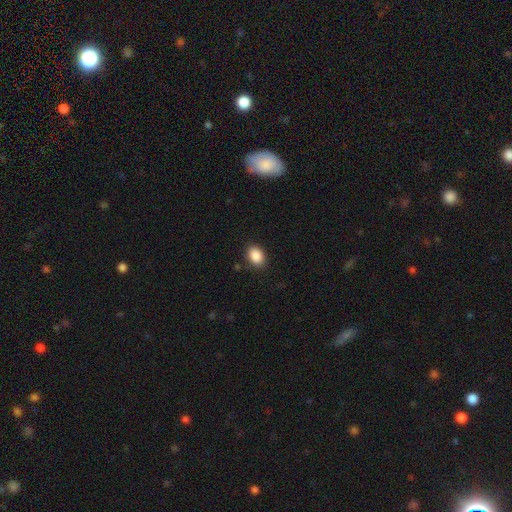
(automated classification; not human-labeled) The model was most divided on "how rounded": in between: 77%, round: 22%, cigar-shaped: 1%. More confident: smooth or featured — smooth (88%); merging — none (87%).